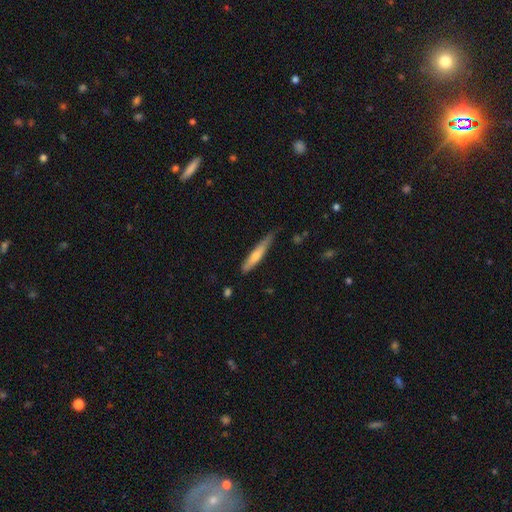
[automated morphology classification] Overall: smooth (49%; featured or disk 44%). Merging: none (74%).